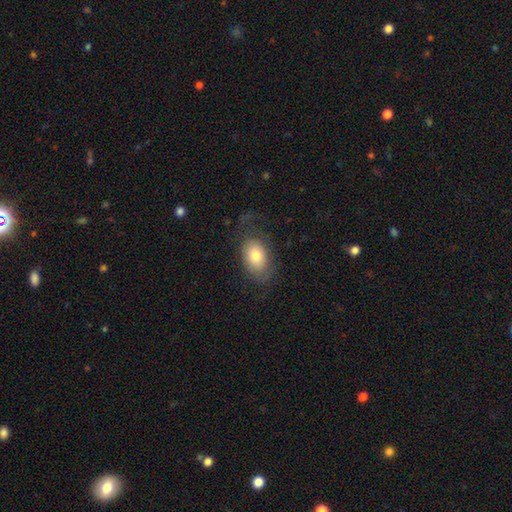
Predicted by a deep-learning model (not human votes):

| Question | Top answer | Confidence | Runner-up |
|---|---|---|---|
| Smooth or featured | smooth | 68% | featured or disk (24%) |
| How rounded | in between | 87% | round (11%) |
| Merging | none | 59% | minor disturbance (21%) |